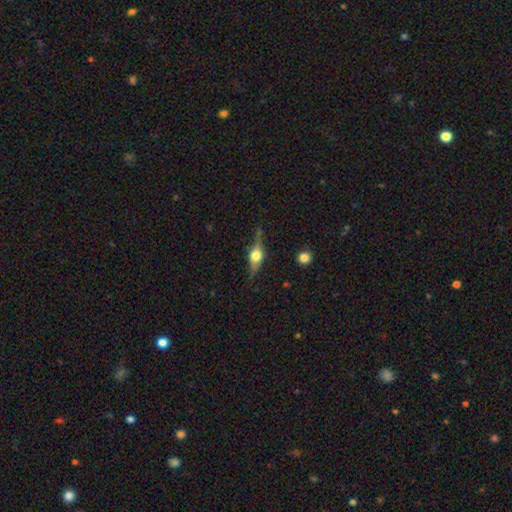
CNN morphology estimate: Smooth or featured: featured or disk — 68% (smooth — 25%)
Edge-on disk: yes — 94% (no — 6%)
Edge-on bulge: rounded — 93% (boxy — 5%)
Merging: none — 78% (minor disturbance — 16%)